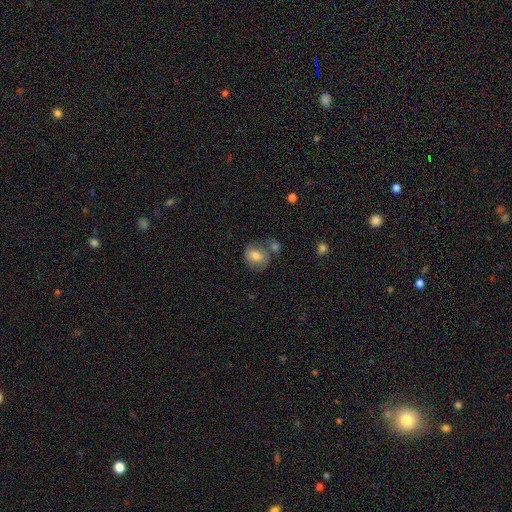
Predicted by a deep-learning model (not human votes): smooth_or_featured: smooth (p=0.74) [alt: featured or disk p=0.18]
how_rounded: round (p=0.66) [alt: in between p=0.33]
merging: none (p=0.48) [alt: merger p=0.26]